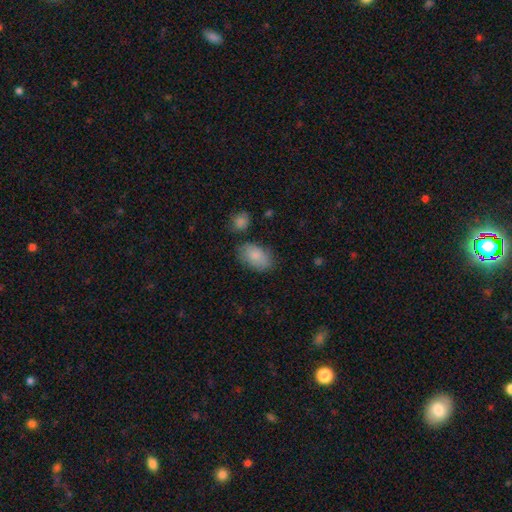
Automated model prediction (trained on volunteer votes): smooth 84%, featured or disk 10%, star or artifact 7%. Down the decision tree: how rounded — in between (91%); merging — none (70%).